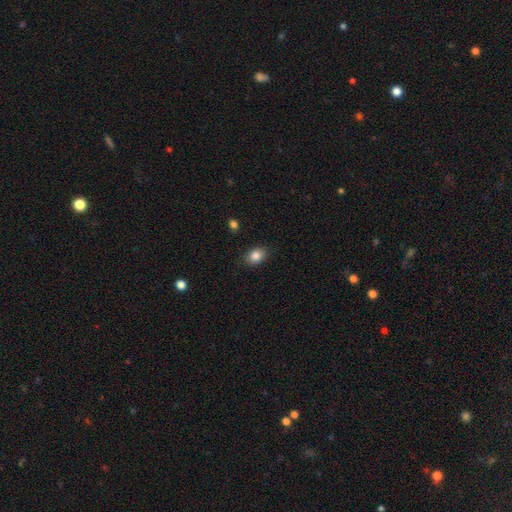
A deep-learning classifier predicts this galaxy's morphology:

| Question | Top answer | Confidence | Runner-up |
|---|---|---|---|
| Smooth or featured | smooth | 86% | star or artifact (9%) |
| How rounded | in between | 68% | round (31%) |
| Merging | none | 86% | minor disturbance (10%) |